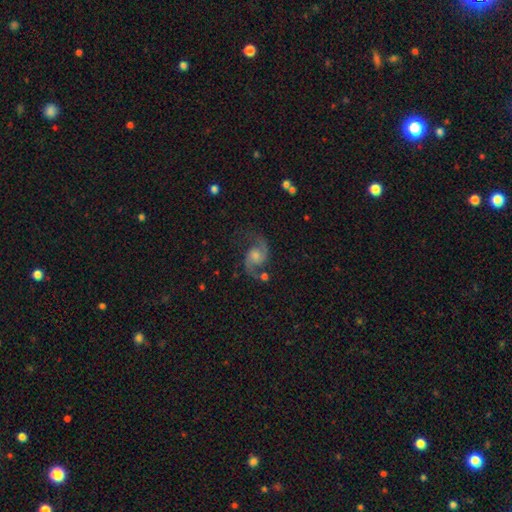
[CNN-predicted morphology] Smooth or featured?
  - featured or disk: 89% *
  - star or artifact: 6%
  - smooth: 5%
Edge-on disk?
  - no: 98% *
  - yes: 2%
Bar?
  - no: 65% *
  - weak: 30%
  - strong: 6%
Spiral arms?
  - yes: 98% *
  - no: 2%
Spiral winding?
  - medium: 46% *
  - loose: 45%
  - tight: 8%
Spiral arm count?
  - 2: 94% *
  - can't tell: 2%
  - 1: 1%
  - 3: 1%
  - 4: 1%
  - more than 4: 1%
Bulge size?
  - moderate: 40% *
  - small: 35%
  - none: 13%
  - large: 10%
  - dominant: 2%
Merging?
  - none: 74% *
  - minor disturbance: 14%
  - major disturbance: 7%
  - merger: 5%